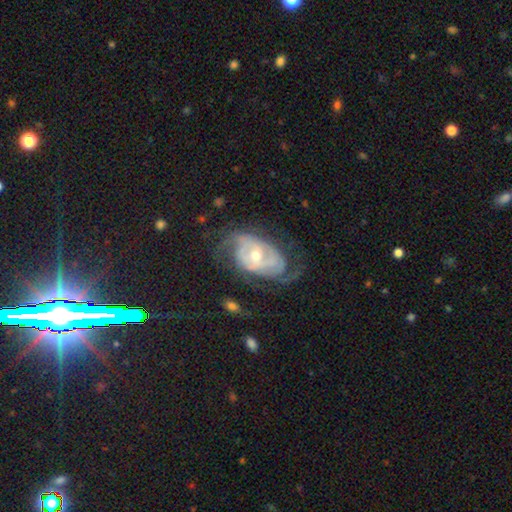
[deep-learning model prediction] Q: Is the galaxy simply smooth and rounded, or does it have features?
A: featured or disk — 84%.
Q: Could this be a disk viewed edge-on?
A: no — 96%.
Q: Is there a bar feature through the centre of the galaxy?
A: no — 56%.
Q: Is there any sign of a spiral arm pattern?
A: yes — 90%.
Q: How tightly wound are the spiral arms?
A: tight — 52%.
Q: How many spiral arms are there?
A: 2 — 37%.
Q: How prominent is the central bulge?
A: moderate — 57%.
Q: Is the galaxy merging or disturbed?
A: none — 56%.